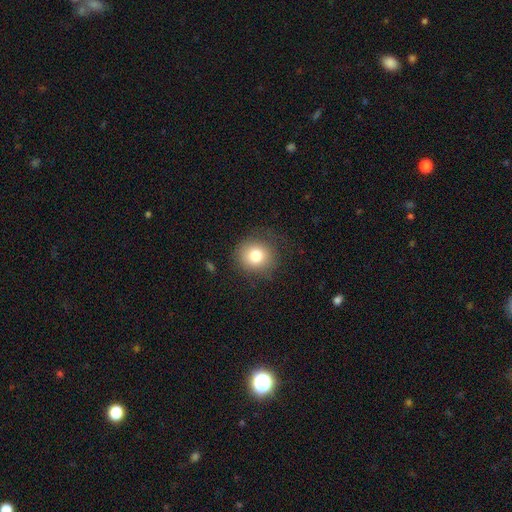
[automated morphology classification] type=smooth (78%); roundness=round (88%); merging=none (81%).